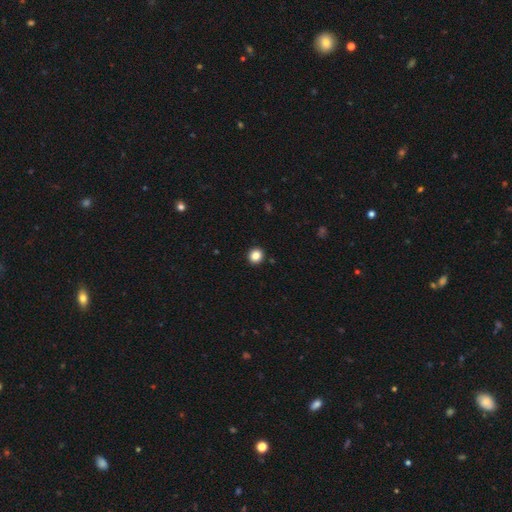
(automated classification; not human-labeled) This appears to be a smooth galaxy with no disk features (85%) that is round (88%). Merging: none (93%).